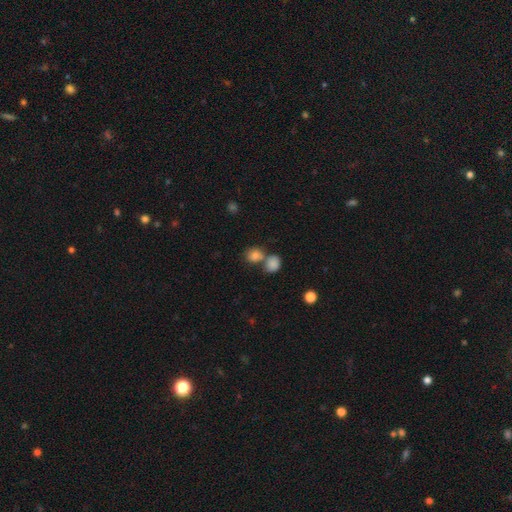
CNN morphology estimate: smooth_or_featured: smooth (p=0.78) [alt: star or artifact p=0.13]
how_rounded: round (p=0.72) [alt: in between p=0.27]
merging: none (p=0.45) [alt: merger p=0.43]